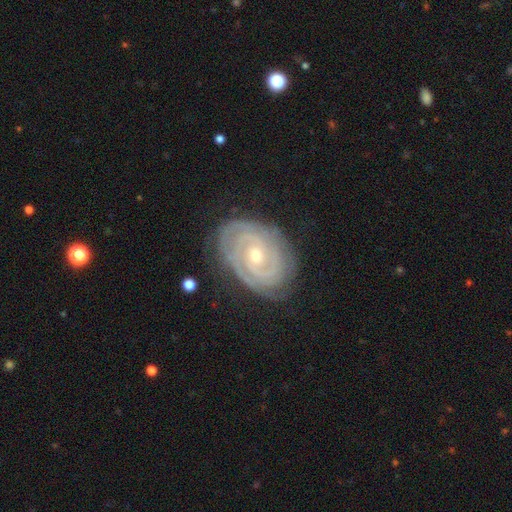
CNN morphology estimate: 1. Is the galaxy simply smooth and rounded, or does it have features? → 90% featured or disk, 5% smooth, 5% star or artifact.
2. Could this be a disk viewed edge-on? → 97% no, 3% yes.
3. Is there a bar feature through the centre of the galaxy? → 60% no, 30% weak, 10% strong.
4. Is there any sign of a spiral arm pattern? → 98% yes, 2% no.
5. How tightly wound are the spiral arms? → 85% tight, 13% medium, 2% loose.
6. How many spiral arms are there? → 43% 2, 20% 3, 17% can't tell, 9% 4, 5% more than 4, 5% 1.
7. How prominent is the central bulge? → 56% small, 41% moderate, 1% large, 1% none, 1% dominant.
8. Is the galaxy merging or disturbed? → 80% none, 15% minor disturbance, 4% major disturbance, 1% merger.